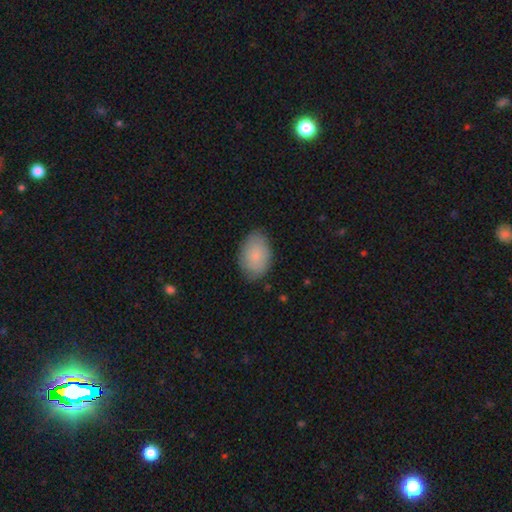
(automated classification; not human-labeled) A smooth galaxy with no disk features (82%) that is in between round and cigar-shaped (89%).

Vote fractions:
- Smooth or featured? smooth: 82% / featured or disk: 12% / star or artifact: 6%
- How rounded? in between: 89% / round: 10% / cigar-shaped: 1%
- Merging? none: 80% / minor disturbance: 15% / major disturbance: 3% / merger: 1%